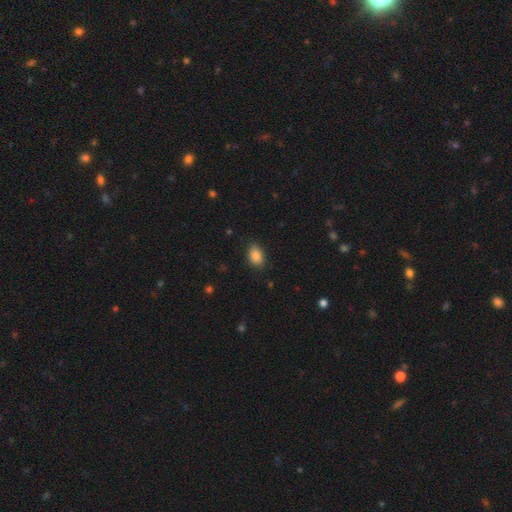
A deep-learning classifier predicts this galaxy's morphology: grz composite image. It shows a smooth galaxy with no disk features (88%) that is in between round and cigar-shaped (83%). Merging: none (84%).